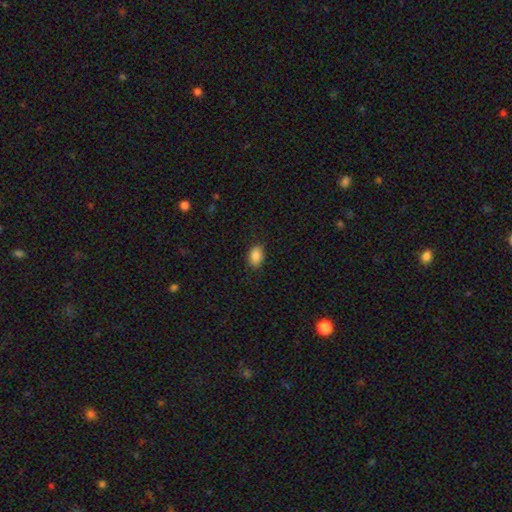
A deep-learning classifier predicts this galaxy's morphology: Overall: smooth (88%). How rounded: in between (81%). Merging: none (85%).